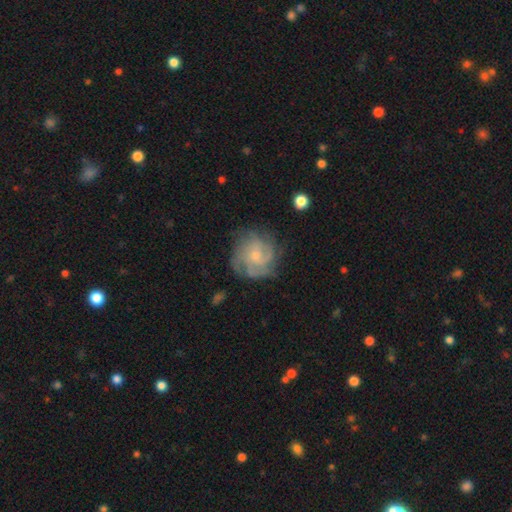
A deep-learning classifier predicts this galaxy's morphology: The model was most divided on "spiral arm count": can't tell: 29%, 4: 24%, 3: 24%, 2: 10%, more than 4: 7%, 1: 6%. More confident: edge-on disk — no (98%); spiral arms — yes (93%); smooth or featured — featured or disk (76%); bar — no (73%); merging — none (72%); bulge size — small (62%); spiral winding — tight (55%).